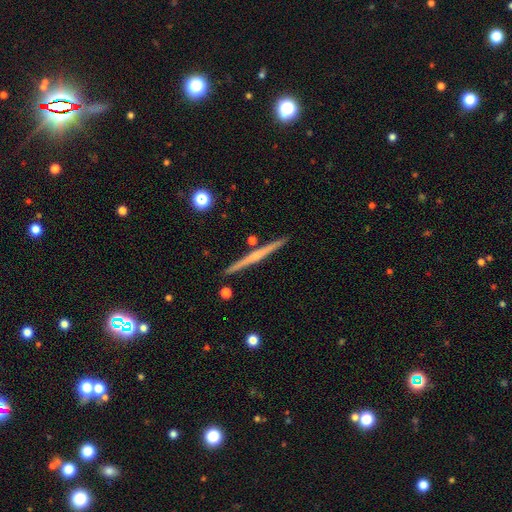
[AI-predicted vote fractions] Overall: featured or disk (65%; smooth 29%). Edge-on disk: yes (98%). Edge-on bulge: none (66%; rounded 28%). Merging: none (91%).